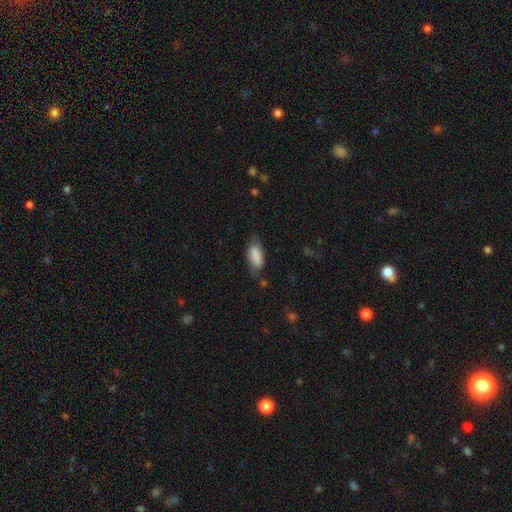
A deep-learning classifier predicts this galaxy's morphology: smooth_or_featured: smooth (p=0.83) [alt: featured or disk p=0.11]
how_rounded: in between (p=0.84) [alt: cigar-shaped p=0.13]
merging: none (p=0.59) [alt: minor disturbance p=0.29]